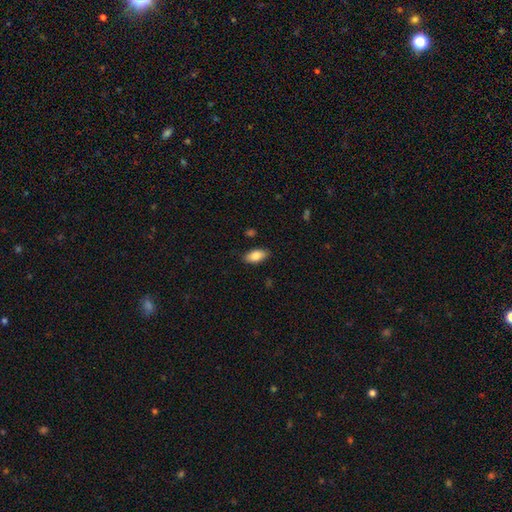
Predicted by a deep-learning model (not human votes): A smooth galaxy with no disk features (84%) that is in between round and cigar-shaped (91%).

Vote fractions:
- Smooth or featured? smooth: 84% / featured or disk: 9% / star or artifact: 7%
- How rounded? in between: 91% / cigar-shaped: 6% / round: 3%
- Merging? none: 86% / minor disturbance: 10% / major disturbance: 2% / merger: 1%